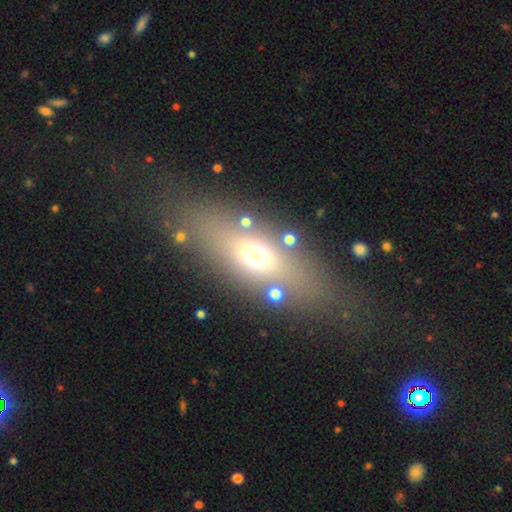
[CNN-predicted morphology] A smooth galaxy with no disk features (57%) that is in between round and cigar-shaped (60%). Merging: none (77%).